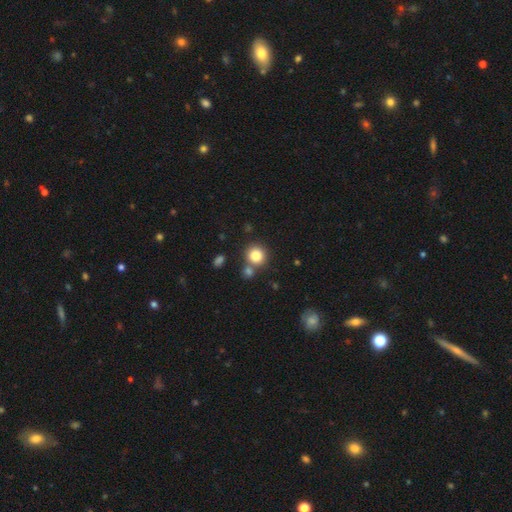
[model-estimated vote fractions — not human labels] Morphology: type=smooth (82%); roundness=round (88%); merging=none (69%).